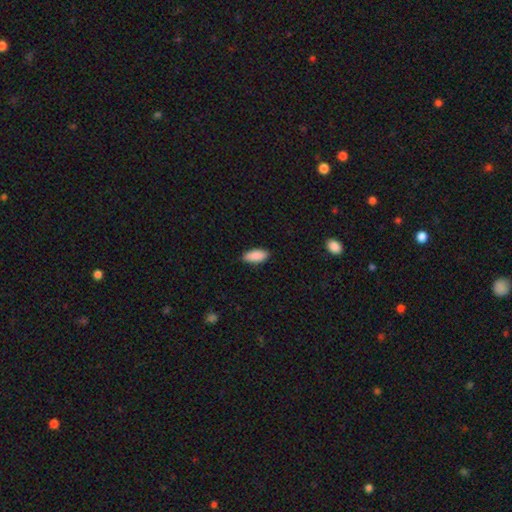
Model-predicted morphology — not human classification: smooth_or_featured: smooth (p=0.90) [alt: star or artifact p=0.06]
how_rounded: in between (p=0.88) [alt: cigar-shaped p=0.10]
merging: none (p=0.87) [alt: minor disturbance p=0.10]